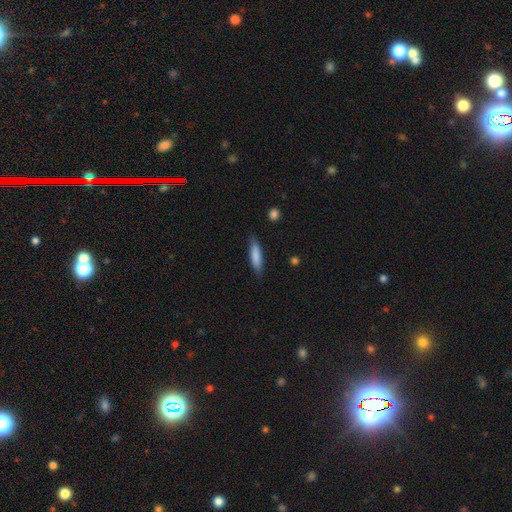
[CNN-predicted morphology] A smooth galaxy with no disk features (80%) that is cigar-shaped (73%). Merging: none (80%).